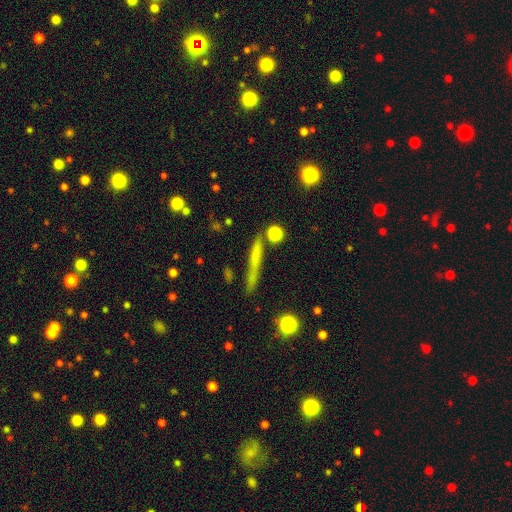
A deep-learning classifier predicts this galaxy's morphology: The model was most divided on "smooth or featured": smooth: 61%, featured or disk: 29%, star or artifact: 10%. More confident: how rounded — cigar-shaped (91%); merging — none (74%).